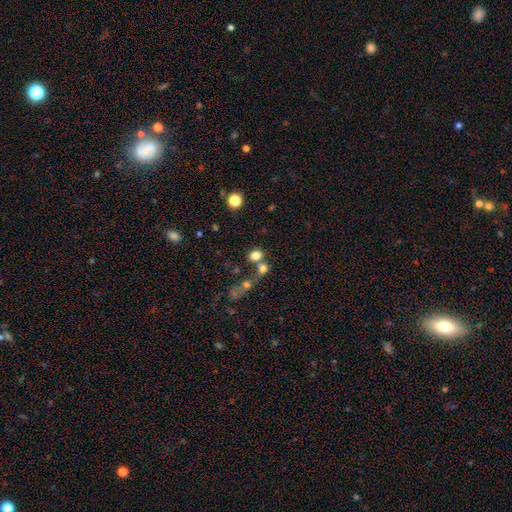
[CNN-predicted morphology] Smooth or featured? smooth (77%)
How rounded? round (64%)
Merging? none (46%)